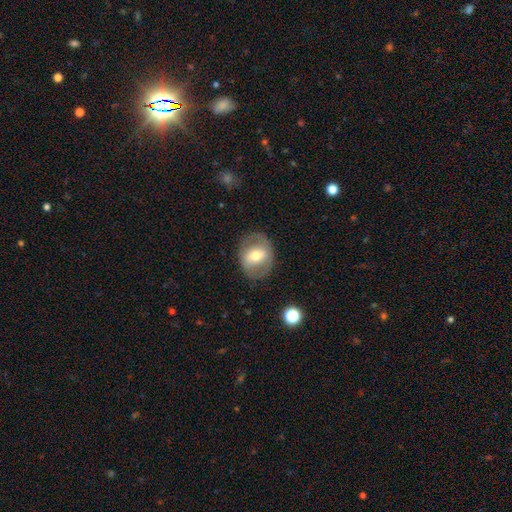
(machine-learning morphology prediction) Smooth or featured?
  - smooth: 48% *
  - featured or disk: 45%
  - star or artifact: 7%
Merging?
  - none: 79% *
  - minor disturbance: 13%
  - major disturbance: 7%
  - merger: 1%